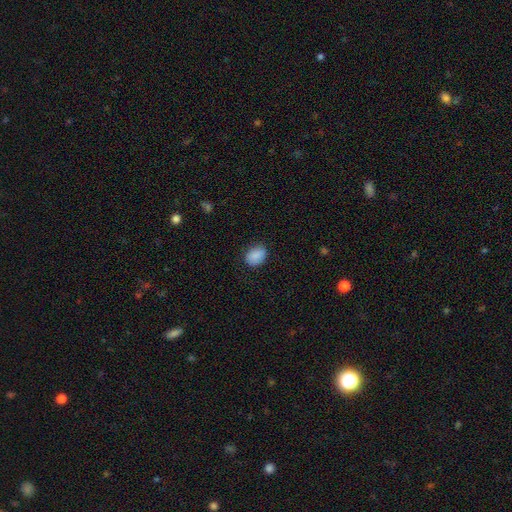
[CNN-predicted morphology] Smooth or featured: smooth — 89% (star or artifact — 7%)
How rounded: in between — 69% (round — 30%)
Merging: none — 82% (minor disturbance — 14%)